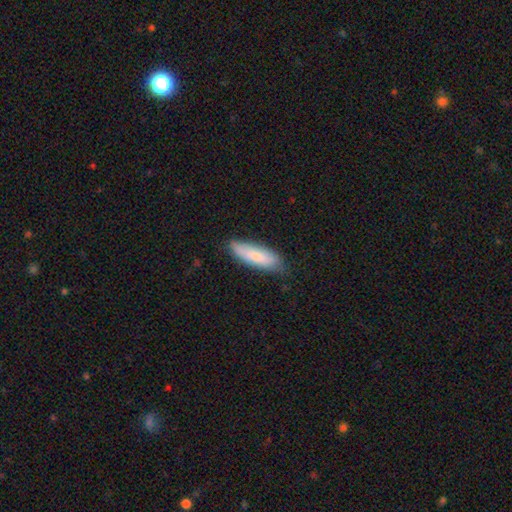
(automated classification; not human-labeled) Overall: smooth (83%). How rounded: in between (50%; cigar-shaped 48%). Merging: none (75%).